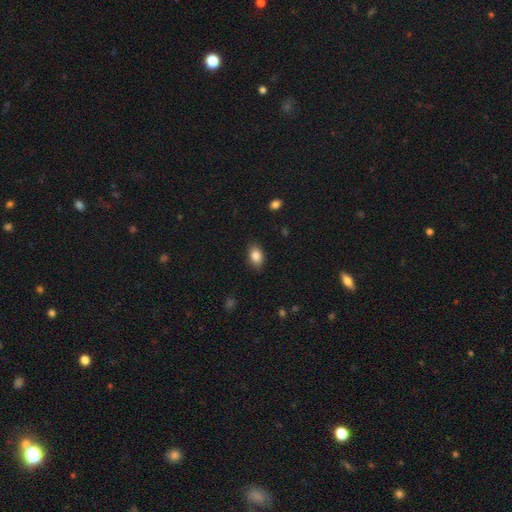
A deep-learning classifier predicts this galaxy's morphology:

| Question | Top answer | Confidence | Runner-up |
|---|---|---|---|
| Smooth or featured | smooth | 86% | star or artifact (8%) |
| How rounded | in between | 84% | round (14%) |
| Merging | none | 87% | minor disturbance (10%) |